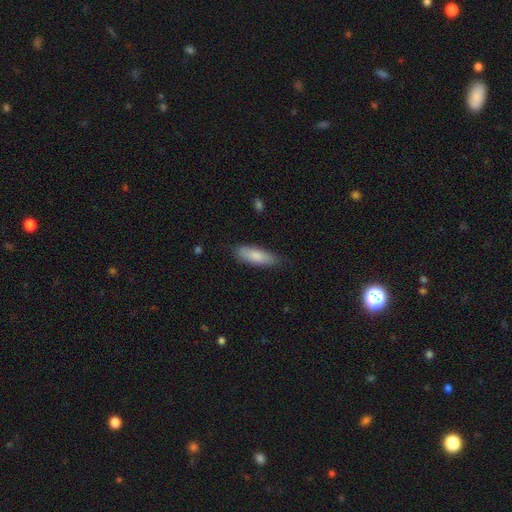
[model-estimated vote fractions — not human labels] A smooth galaxy with no disk features (83%) that is in between round and cigar-shaped (57%).

Vote fractions:
- Smooth or featured? smooth: 83% / featured or disk: 11% / star or artifact: 6%
- How rounded? in between: 57% / cigar-shaped: 41% / round: 2%
- Merging? none: 78% / minor disturbance: 17% / major disturbance: 3% / merger: 1%